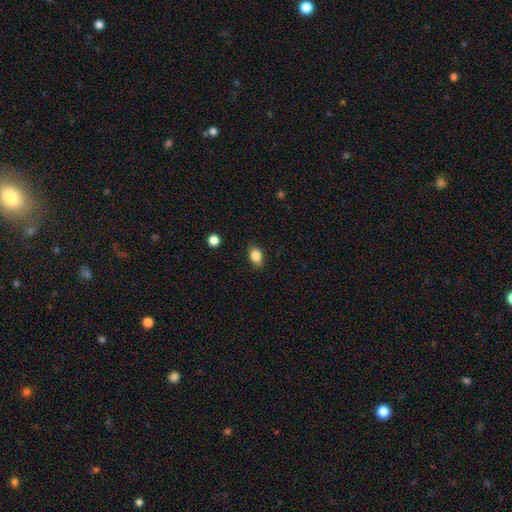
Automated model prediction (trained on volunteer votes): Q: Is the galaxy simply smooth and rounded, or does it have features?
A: smooth — 85%.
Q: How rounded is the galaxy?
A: in between — 80%.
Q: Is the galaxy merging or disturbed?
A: none — 85%.